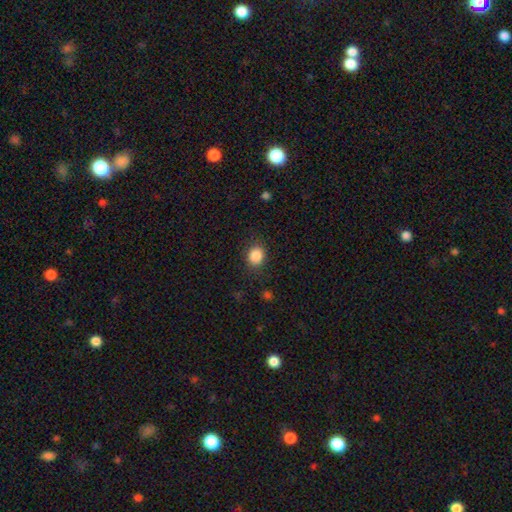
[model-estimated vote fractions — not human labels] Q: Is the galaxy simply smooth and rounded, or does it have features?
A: smooth — 87%.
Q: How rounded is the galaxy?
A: round — 67%.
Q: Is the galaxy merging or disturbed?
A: none — 83%.